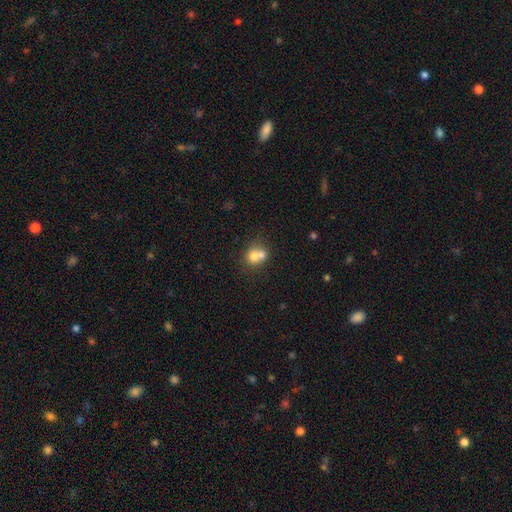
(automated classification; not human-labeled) This is likely a smooth galaxy (69%). How rounded: likely round (73%). Merging: likely merger (63%).